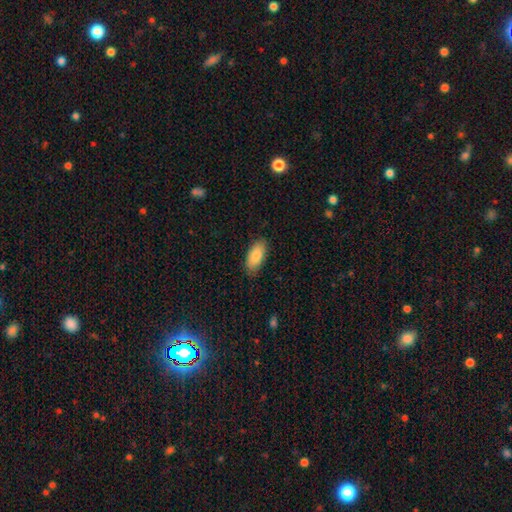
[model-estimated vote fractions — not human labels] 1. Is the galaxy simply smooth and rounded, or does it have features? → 85% smooth, 9% featured or disk, 6% star or artifact.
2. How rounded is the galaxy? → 90% in between, 8% cigar-shaped, 2% round.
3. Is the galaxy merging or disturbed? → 84% none, 12% minor disturbance, 2% major disturbance, 1% merger.